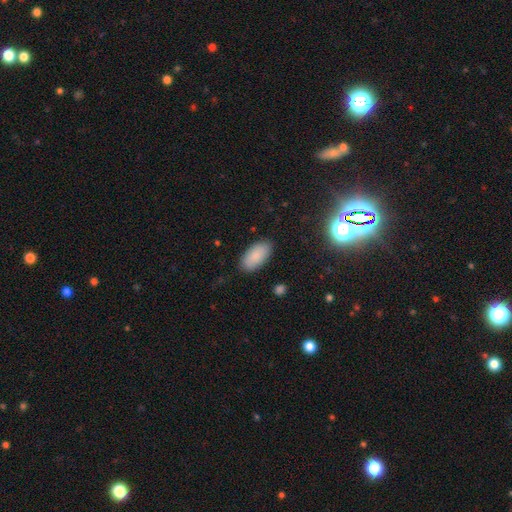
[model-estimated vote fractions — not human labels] smooth_or_featured: smooth (p=0.88) [alt: star or artifact p=0.06]
how_rounded: in between (p=0.94) [alt: cigar-shaped p=0.04]
merging: none (p=0.87) [alt: minor disturbance p=0.10]